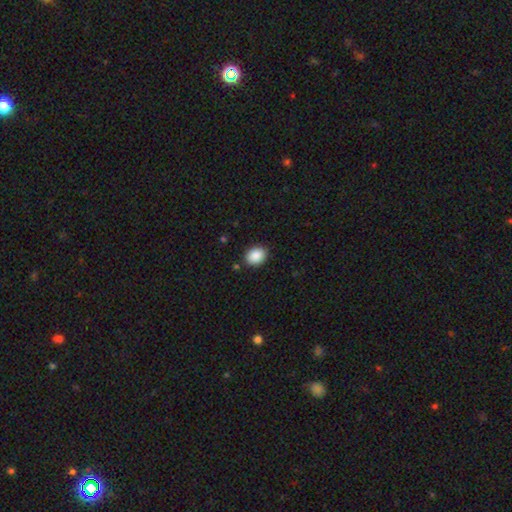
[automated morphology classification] This is clearly a smooth galaxy (89%). How rounded: possibly in between (58%). Merging: clearly none (87%).